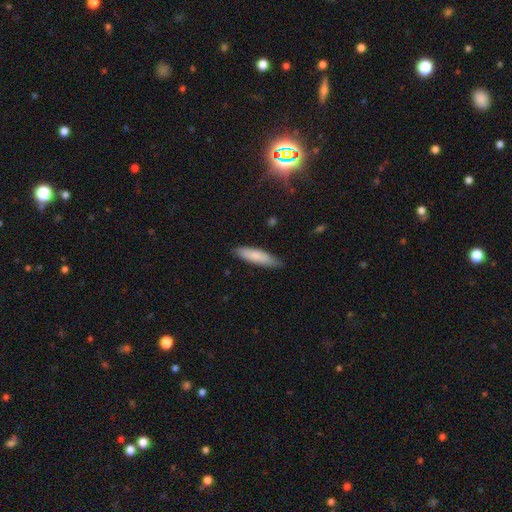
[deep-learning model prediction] This is likely a smooth galaxy (78%). How rounded: likely cigar-shaped (68%). Merging: clearly none (83%).